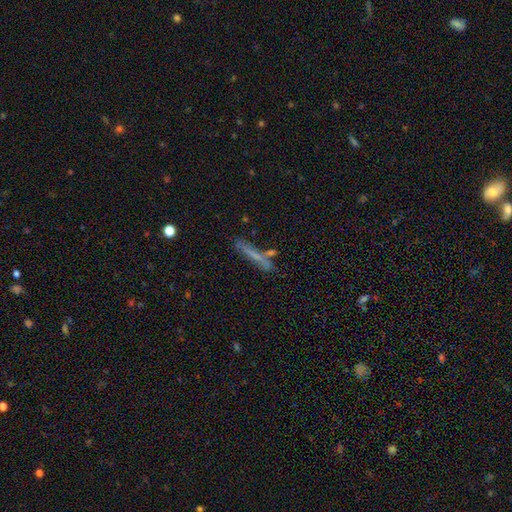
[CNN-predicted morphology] smooth_or_featured: smooth (p=0.54) [alt: featured or disk p=0.36]
how_rounded: cigar-shaped (p=0.92) [alt: in between p=0.06]
merging: none (p=0.69) [alt: minor disturbance p=0.16]